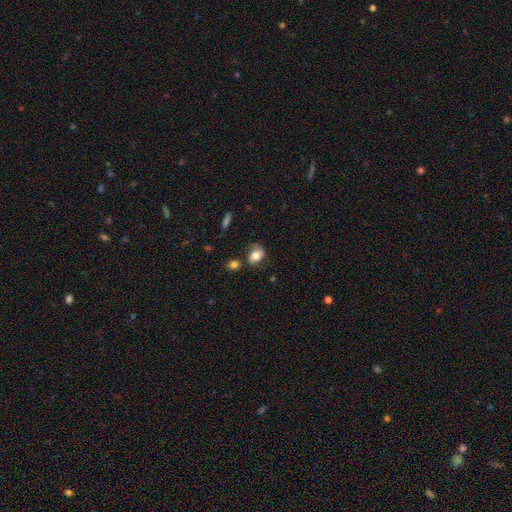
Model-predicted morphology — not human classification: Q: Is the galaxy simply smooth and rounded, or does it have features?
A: smooth — 76%.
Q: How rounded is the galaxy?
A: in between — 58%.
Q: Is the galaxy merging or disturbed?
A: none — 51%.